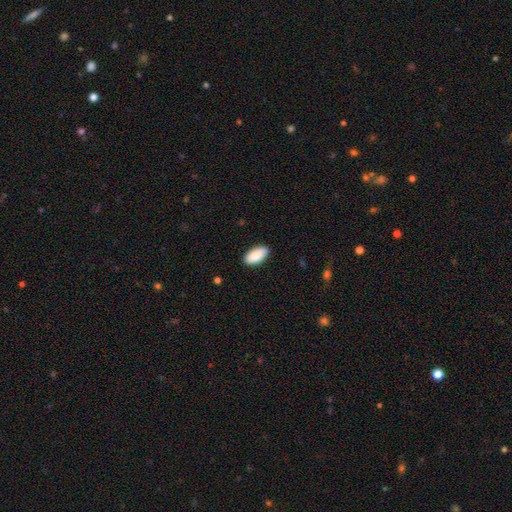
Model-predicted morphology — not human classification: smooth 89%, star or artifact 6%, featured or disk 5%. Down the decision tree: how rounded — in between (94%); merging — none (88%).